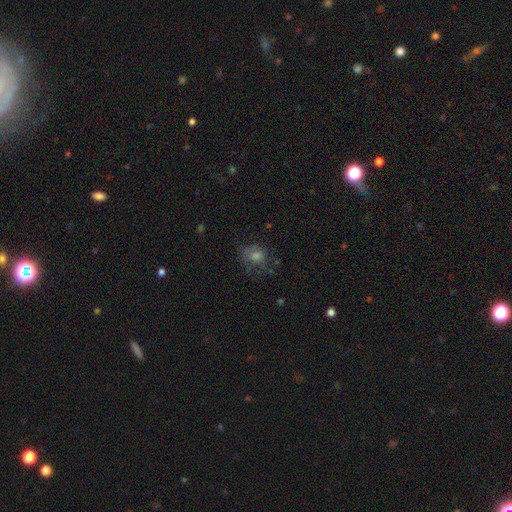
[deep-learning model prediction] This is possibly a smooth galaxy (55%). How rounded: likely round (63%). Merging: likely none (63%).